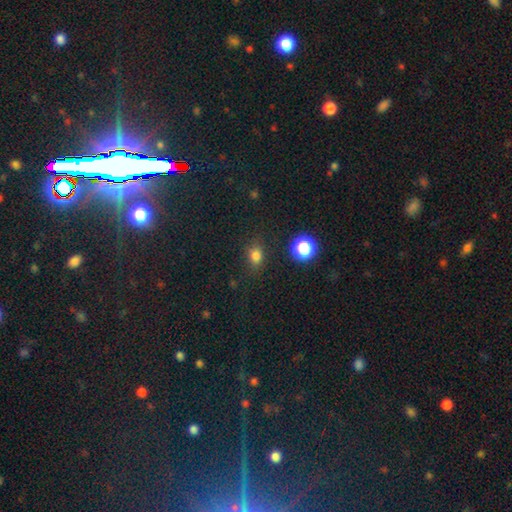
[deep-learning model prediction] This is likely a smooth galaxy (77%). How rounded: possibly in between (54%). Merging: clearly none (82%).